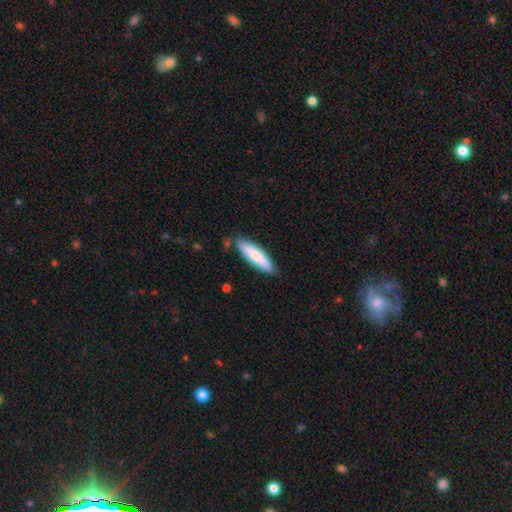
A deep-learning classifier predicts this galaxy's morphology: The model was most divided on "how rounded": cigar-shaped: 68%, in between: 31%, round: 1%. More confident: merging — none (81%); smooth or featured — smooth (77%).